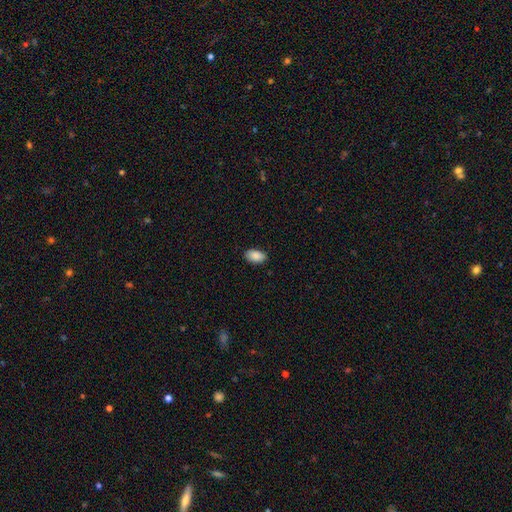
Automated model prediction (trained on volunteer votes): Smooth or featured? Predicted: smooth (p=0.89). How rounded? Predicted: in between (p=0.93). Merging? Predicted: none (p=0.85).